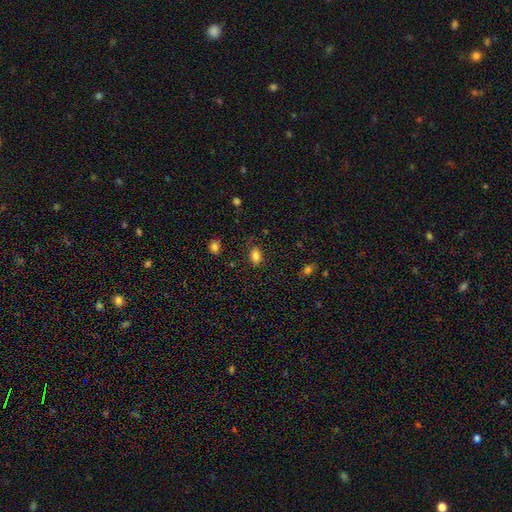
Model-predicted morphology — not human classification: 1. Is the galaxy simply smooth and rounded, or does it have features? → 84% smooth, 10% star or artifact, 6% featured or disk.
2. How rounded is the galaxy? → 83% in between, 15% round, 2% cigar-shaped.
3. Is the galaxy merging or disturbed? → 82% none, 13% minor disturbance, 3% major disturbance, 2% merger.